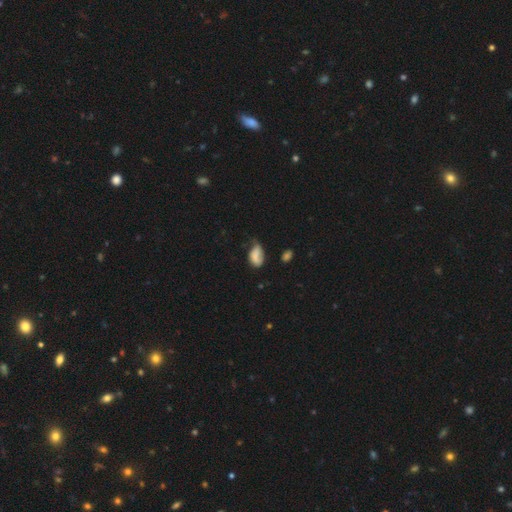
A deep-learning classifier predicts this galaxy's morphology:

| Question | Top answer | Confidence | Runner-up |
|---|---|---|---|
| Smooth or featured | smooth | 68% | featured or disk (22%) |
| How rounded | in between | 89% | round (9%) |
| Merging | minor disturbance | 42% | none (33%) |